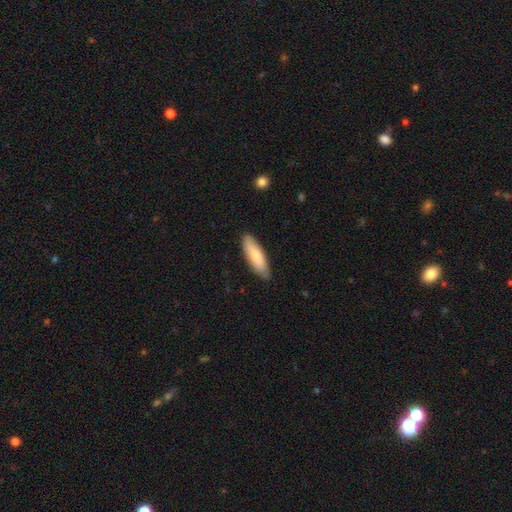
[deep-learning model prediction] This appears to be a smooth galaxy with no disk features (76%) that is cigar-shaped (51%). Merging: none (84%).